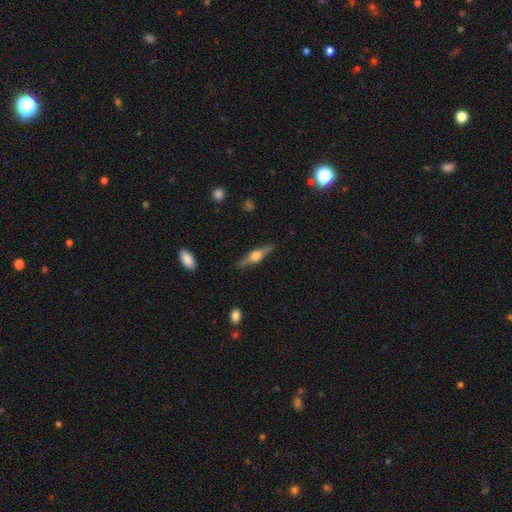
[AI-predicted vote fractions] The model was most divided on "smooth or featured": featured or disk: 71%, smooth: 23%, star or artifact: 6%. More confident: edge-on disk — yes (96%); edge-on bulge — rounded (90%); merging — none (87%).